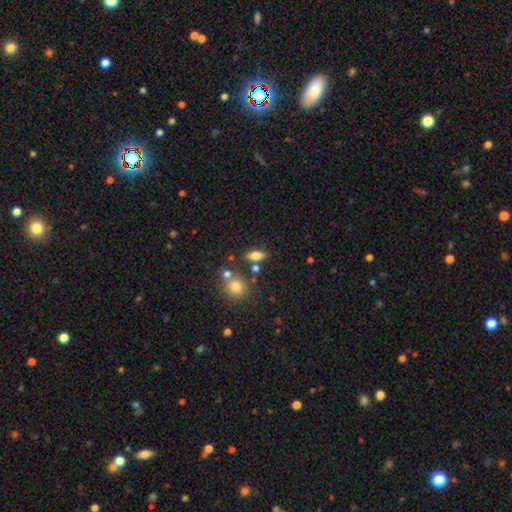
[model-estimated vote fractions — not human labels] A smooth galaxy with no disk features (68%) that is in between round and cigar-shaped (75%).

Vote fractions:
- Smooth or featured? smooth: 68% / featured or disk: 21% / star or artifact: 11%
- How rounded? in between: 75% / cigar-shaped: 15% / round: 10%
- Merging? none: 73% / minor disturbance: 12% / merger: 10% / major disturbance: 4%